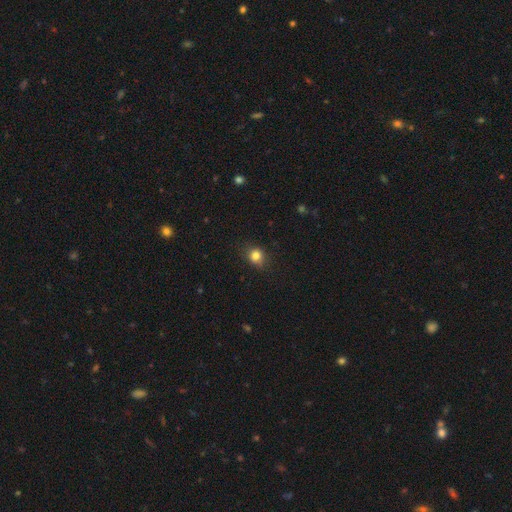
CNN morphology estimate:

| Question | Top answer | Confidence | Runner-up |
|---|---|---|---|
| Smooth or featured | smooth | 82% | star or artifact (12%) |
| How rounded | round | 70% | in between (29%) |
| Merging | none | 79% | minor disturbance (16%) |